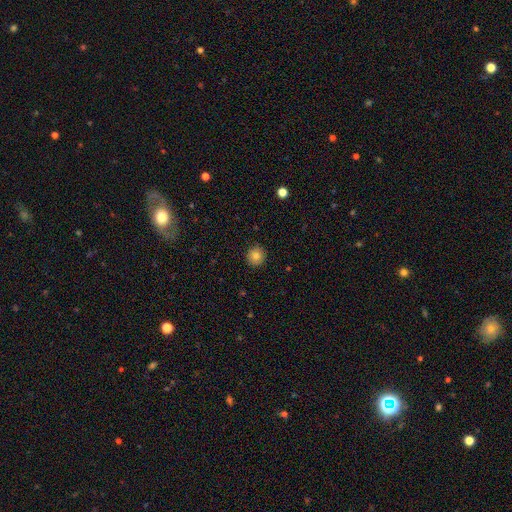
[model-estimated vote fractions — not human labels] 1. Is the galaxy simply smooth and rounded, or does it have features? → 81% smooth, 10% featured or disk, 10% star or artifact.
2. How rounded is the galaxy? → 94% round, 5% in between, 1% cigar-shaped.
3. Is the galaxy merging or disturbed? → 91% none, 6% minor disturbance, 2% major disturbance, 1% merger.